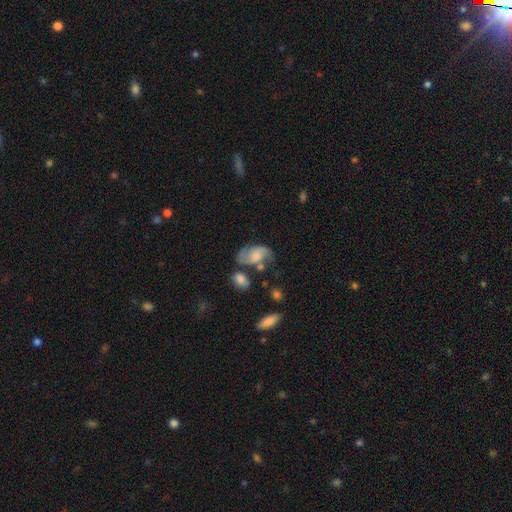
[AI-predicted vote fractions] Q: Smooth or featured?
A: featured or disk (55%); runner-up: smooth (37%)
Q: Edge-on disk?
A: no (96%); runner-up: yes (4%)
Q: Bar?
A: no (65%); runner-up: weak (29%)
Q: Spiral arms?
A: yes (84%); runner-up: no (16%)
Q: Bulge size?
A: none (38%); runner-up: moderate (21%)
Q: Merging?
A: none (43%); runner-up: minor disturbance (26%)